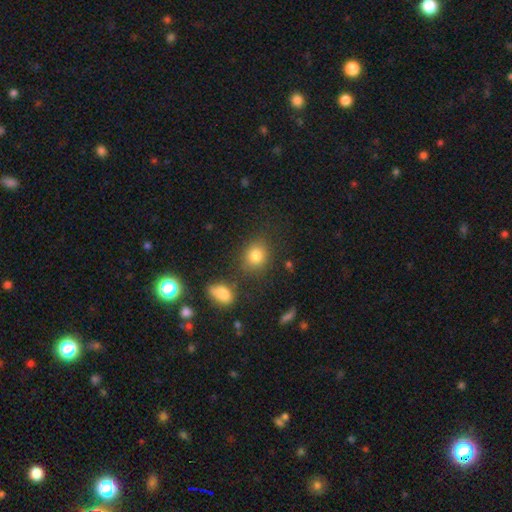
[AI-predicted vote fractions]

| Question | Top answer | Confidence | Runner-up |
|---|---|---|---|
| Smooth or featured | smooth | 81% | star or artifact (12%) |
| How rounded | round | 66% | in between (33%) |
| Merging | none | 78% | minor disturbance (11%) |